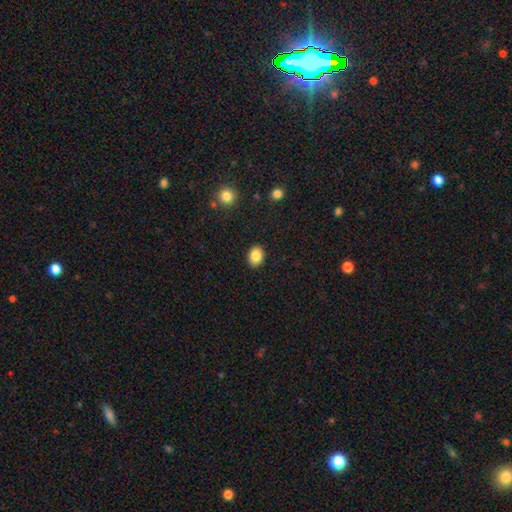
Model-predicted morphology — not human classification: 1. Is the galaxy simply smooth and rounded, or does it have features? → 86% smooth, 9% star or artifact, 6% featured or disk.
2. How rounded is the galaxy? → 59% in between, 40% round, 1% cigar-shaped.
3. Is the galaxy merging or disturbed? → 90% none, 7% minor disturbance, 2% major disturbance, 1% merger.